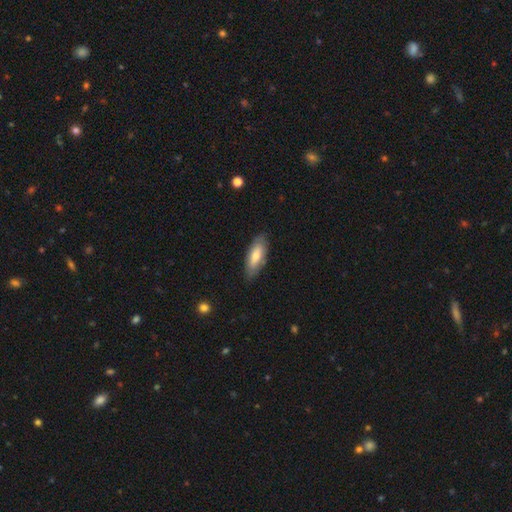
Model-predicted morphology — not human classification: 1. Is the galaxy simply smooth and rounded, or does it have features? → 69% smooth, 25% featured or disk, 6% star or artifact.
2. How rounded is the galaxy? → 67% in between, 32% cigar-shaped, 2% round.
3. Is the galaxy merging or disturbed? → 83% none, 13% minor disturbance, 2% major disturbance, 1% merger.